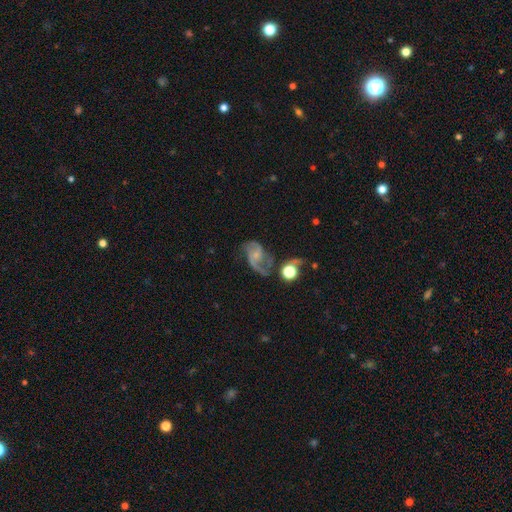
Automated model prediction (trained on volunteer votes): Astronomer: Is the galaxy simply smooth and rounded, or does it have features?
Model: featured or disk — 81%.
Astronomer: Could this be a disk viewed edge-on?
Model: no — 97%.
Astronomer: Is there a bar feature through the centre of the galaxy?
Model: no — 60%.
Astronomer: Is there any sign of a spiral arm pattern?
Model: yes — 94%.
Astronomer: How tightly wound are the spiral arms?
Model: loose — 47% (runner-up: medium, 42%).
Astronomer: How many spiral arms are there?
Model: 2 — 84%.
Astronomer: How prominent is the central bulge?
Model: small — 67%.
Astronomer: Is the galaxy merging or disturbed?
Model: none — 46% (runner-up: minor disturbance, 23%).